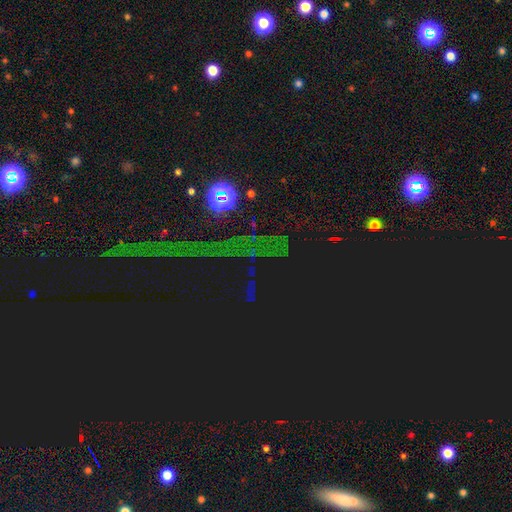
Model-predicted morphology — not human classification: This is clearly a star or artifact rather than a galaxy (83%).